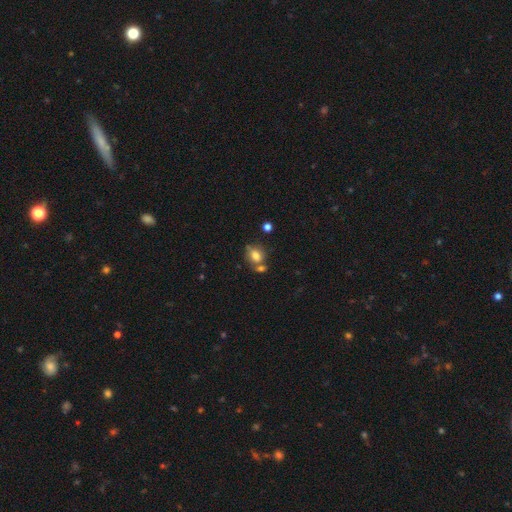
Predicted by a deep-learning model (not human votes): The model was most divided on "how rounded": in between: 54%, round: 44%, cigar-shaped: 1%. Remaining: smooth or featured — smooth (75%); merging — none (47%).